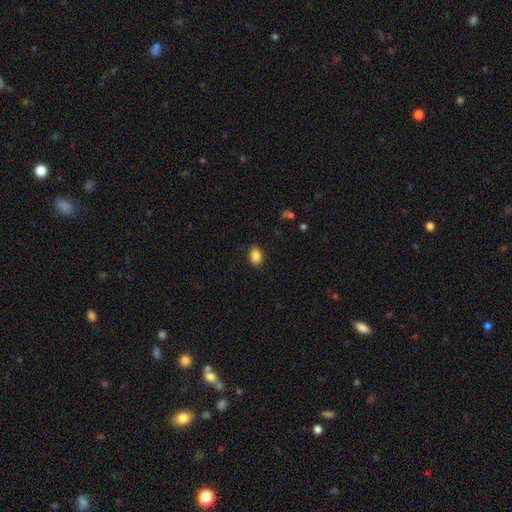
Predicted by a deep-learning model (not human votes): smooth 87%, star or artifact 9%, featured or disk 5%. Down the decision tree: how rounded — in between (80%); merging — none (87%).